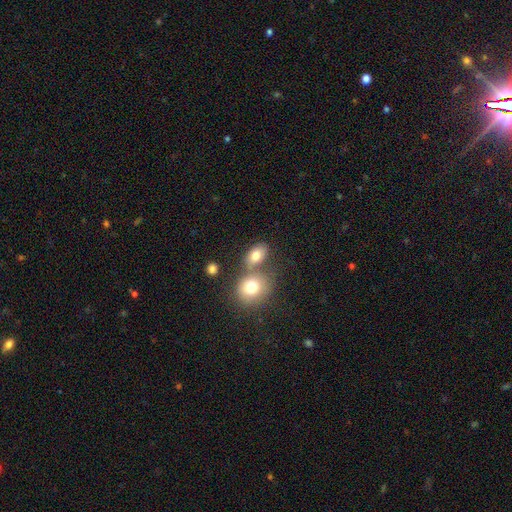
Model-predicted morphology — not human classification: The model was most divided on "merging": none: 48%, merger: 37%, minor disturbance: 11%, major disturbance: 4%. More confident: smooth or featured — smooth (77%); how rounded — in between (71%).